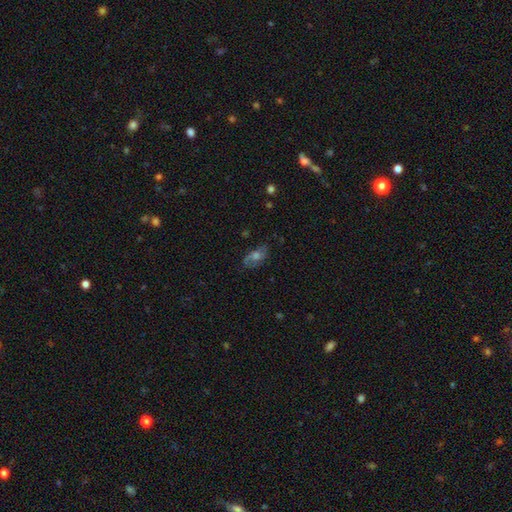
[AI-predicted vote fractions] Morphology: type=featured or disk (56%); edge-on=no (90%); bar=no (63%); spiral arms=yes (76%); bulge=moderate (52%); merging=none (75%).